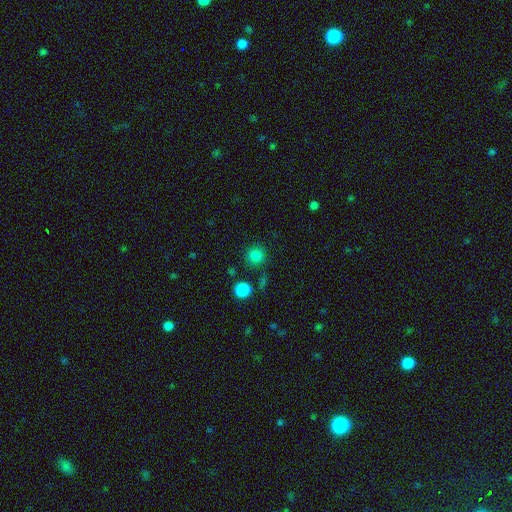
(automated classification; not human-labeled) This appears to be a smooth galaxy with no disk features (83%) that is round (91%). Merging: none (84%).